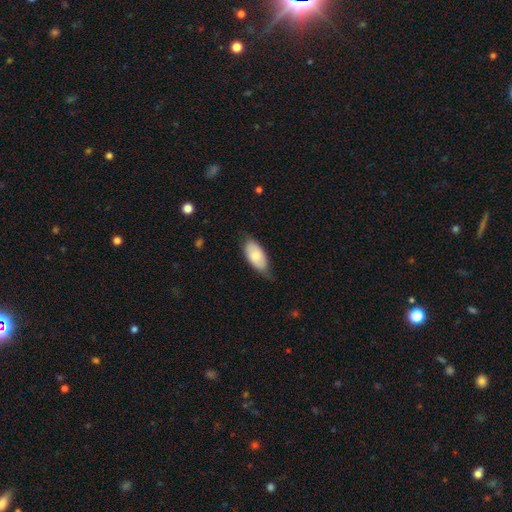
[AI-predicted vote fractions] Smooth or featured: smooth — 76% (featured or disk — 18%)
How rounded: in between — 92% (cigar-shaped — 6%)
Merging: none — 64% (minor disturbance — 29%)